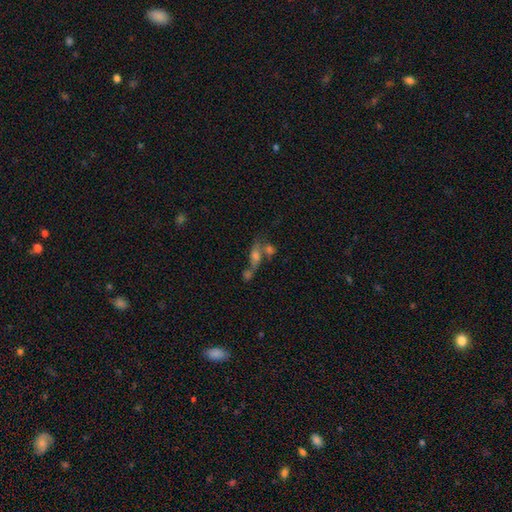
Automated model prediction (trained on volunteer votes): Q: Smooth or featured?
A: smooth (43%); runner-up: featured or disk (38%)
Q: Merging?
A: merger (48%); runner-up: none (30%)